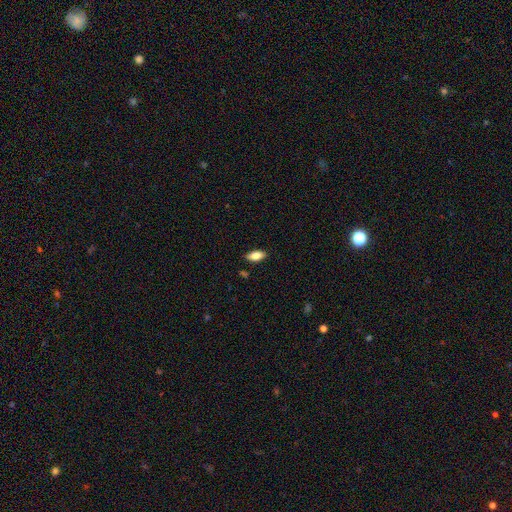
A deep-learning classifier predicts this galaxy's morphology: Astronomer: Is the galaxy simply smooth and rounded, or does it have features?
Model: smooth — 83%.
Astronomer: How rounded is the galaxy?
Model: in between — 89%.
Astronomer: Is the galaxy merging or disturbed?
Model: none — 87%.